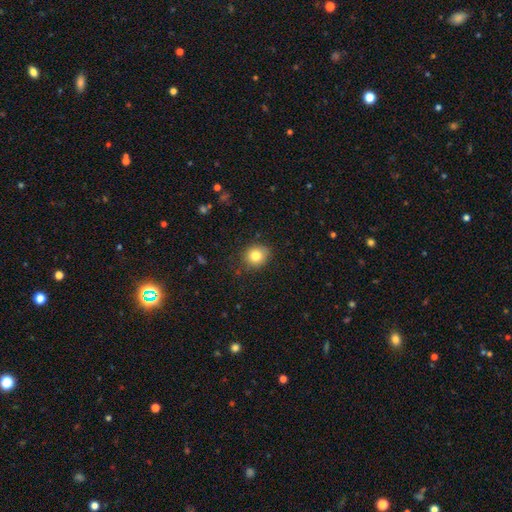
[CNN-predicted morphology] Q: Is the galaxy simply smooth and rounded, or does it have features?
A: smooth — 81%.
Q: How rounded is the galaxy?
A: round — 76%.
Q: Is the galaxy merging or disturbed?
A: none — 84%.